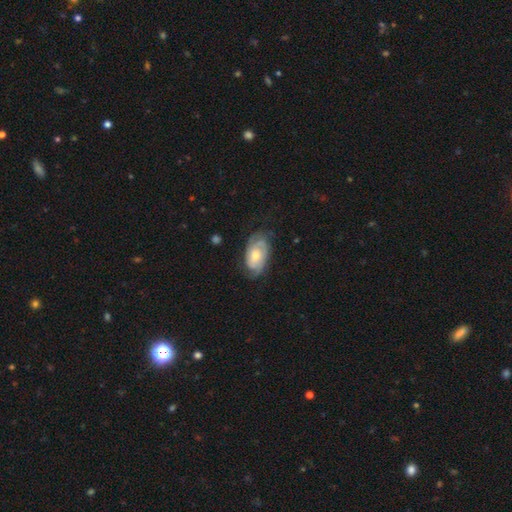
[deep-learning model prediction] Q: Smooth or featured?
A: featured or disk (68%); runner-up: smooth (26%)
Q: Edge-on disk?
A: no (95%); runner-up: yes (5%)
Q: Bar?
A: no (75%); runner-up: weak (22%)
Q: Spiral arms?
A: yes (89%); runner-up: no (11%)
Q: Spiral winding?
A: tight (56%); runner-up: medium (32%)
Q: Spiral arm count?
A: 2 (45%); runner-up: can't tell (32%)
Q: Bulge size?
A: moderate (61%); runner-up: small (31%)
Q: Merging?
A: none (67%); runner-up: minor disturbance (23%)